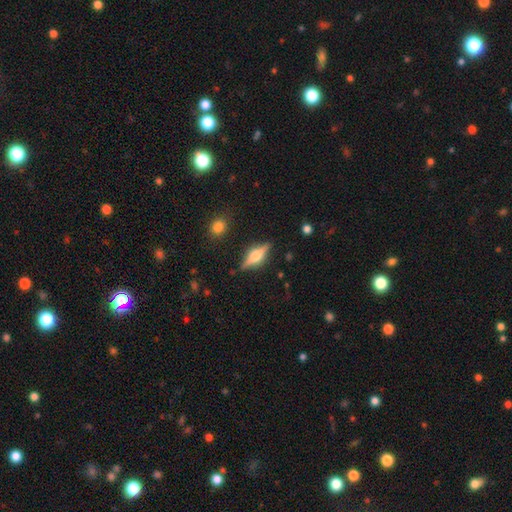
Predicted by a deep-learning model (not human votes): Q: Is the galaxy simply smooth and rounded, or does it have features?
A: featured or disk — 70%.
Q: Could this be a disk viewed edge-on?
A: yes — 96%.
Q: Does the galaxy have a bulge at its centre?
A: rounded — 91%.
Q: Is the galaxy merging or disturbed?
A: none — 86%.